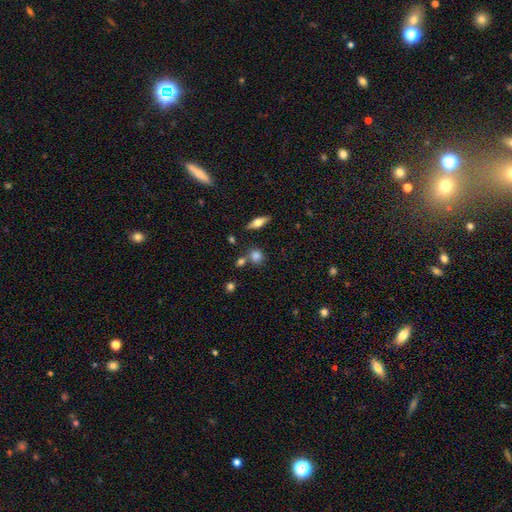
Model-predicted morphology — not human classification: Smooth or featured? smooth (78%)
How rounded? round (74%)
Merging? none (66%)